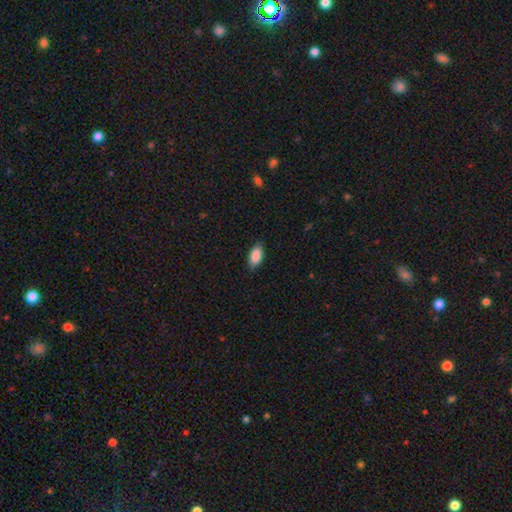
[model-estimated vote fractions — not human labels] Morphology: type=smooth (88%); roundness=in between (92%); merging=none (85%).